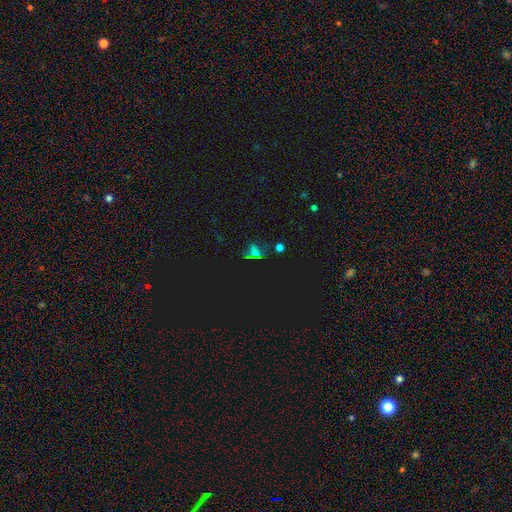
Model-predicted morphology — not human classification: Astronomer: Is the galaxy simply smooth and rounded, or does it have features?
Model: star or artifact — 64%.